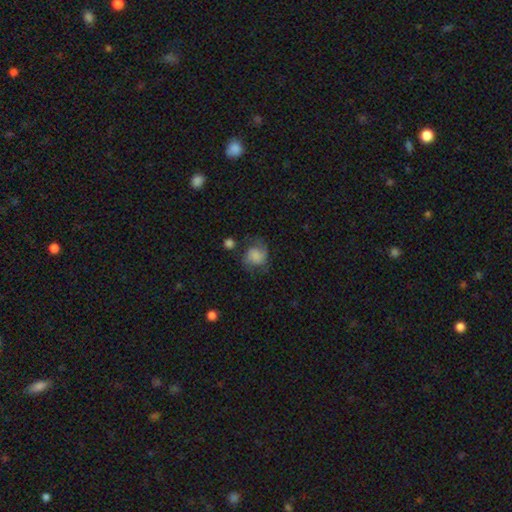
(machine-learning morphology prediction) This is possibly a smooth galaxy (59%). How rounded: likely round (65%). Merging: possibly none (54%).